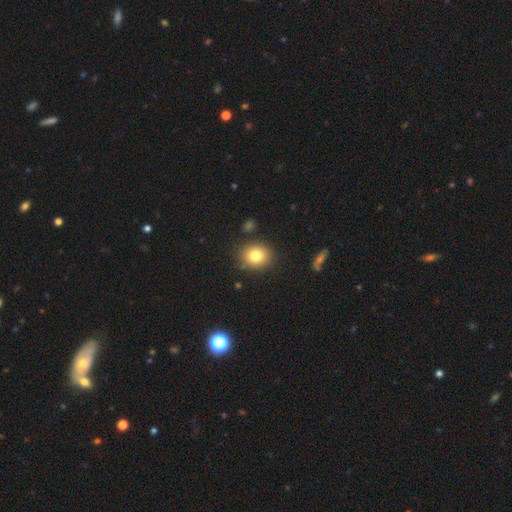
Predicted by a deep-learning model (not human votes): Smooth or featured?
  - smooth: 79% *
  - star or artifact: 11%
  - featured or disk: 10%
How rounded?
  - round: 70% *
  - in between: 29%
  - cigar-shaped: 1%
Merging?
  - none: 85% *
  - minor disturbance: 9%
  - major disturbance: 3%
  - merger: 3%